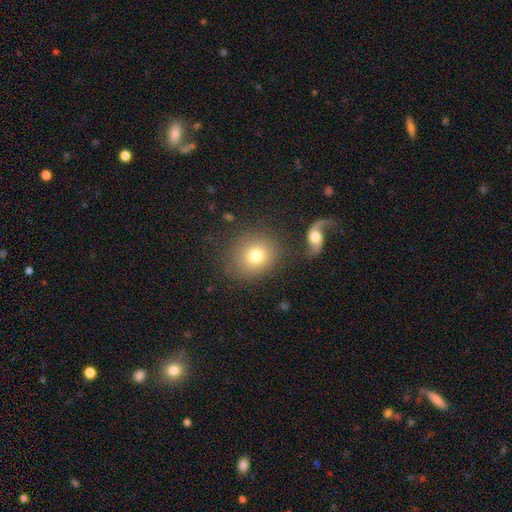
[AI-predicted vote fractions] smooth-or-featured: smooth: 76% | featured or disk: 13% | star or artifact: 11%
  how-rounded: round: 76% | in between: 23% | cigar-shaped: 1%
  merging: none: 77% | minor disturbance: 11% | merger: 7% | major disturbance: 5%